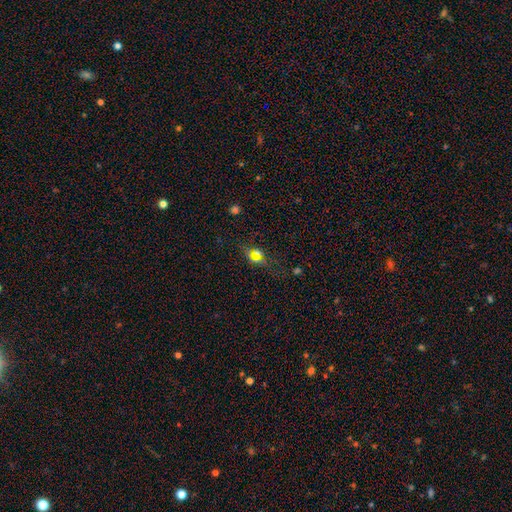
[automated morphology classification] This appears to be a smooth galaxy with no disk features (48%). Merging: none (71%).